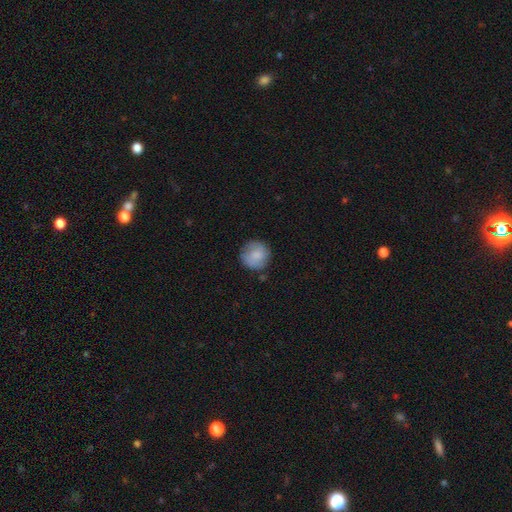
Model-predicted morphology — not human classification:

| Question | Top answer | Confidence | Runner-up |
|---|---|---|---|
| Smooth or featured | smooth | 79% | featured or disk (14%) |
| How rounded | round | 93% | in between (6%) |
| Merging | none | 79% | minor disturbance (15%) |